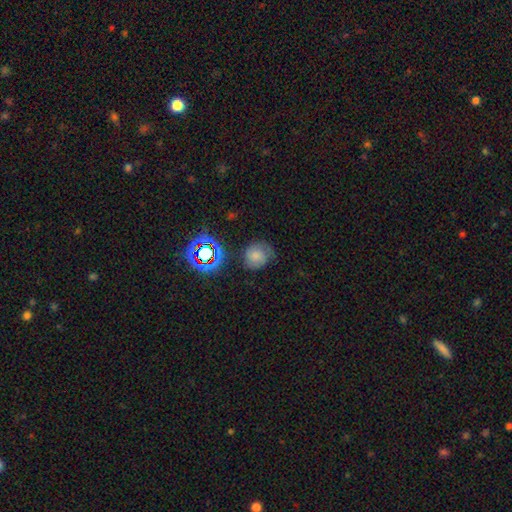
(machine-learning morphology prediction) smooth_or_featured: smooth (p=0.55) [alt: featured or disk p=0.27]
how_rounded: round (p=0.75) [alt: in between p=0.24]
merging: none (p=0.59) [alt: minor disturbance p=0.27]